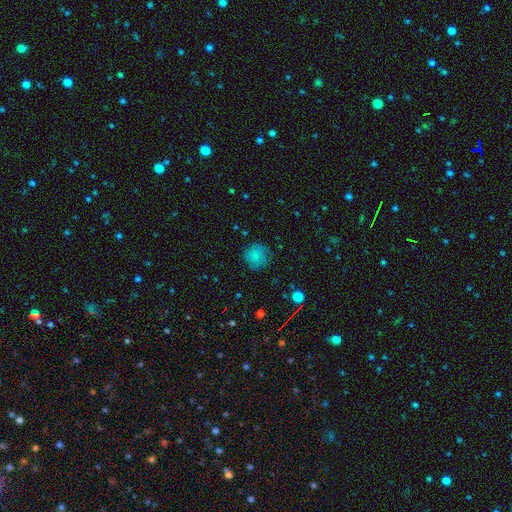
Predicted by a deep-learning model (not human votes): The model was most divided on "merging": none: 75%, minor disturbance: 18%, major disturbance: 6%, merger: 1%. More confident: how rounded — round (91%); smooth or featured — smooth (78%).